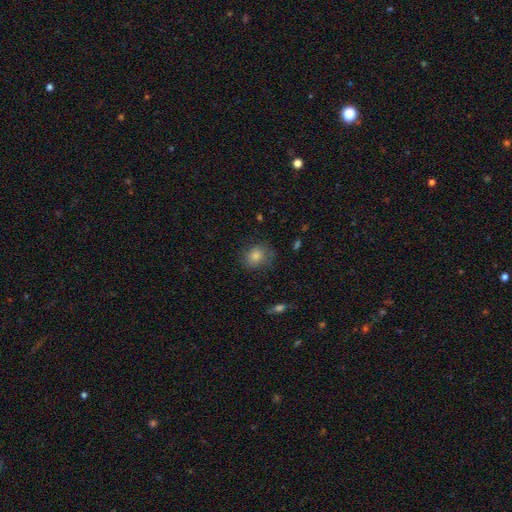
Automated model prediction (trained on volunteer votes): Smooth or featured: smooth — 73% (star or artifact — 15%)
How rounded: round — 65% (in between — 34%)
Merging: none — 74% (minor disturbance — 19%)